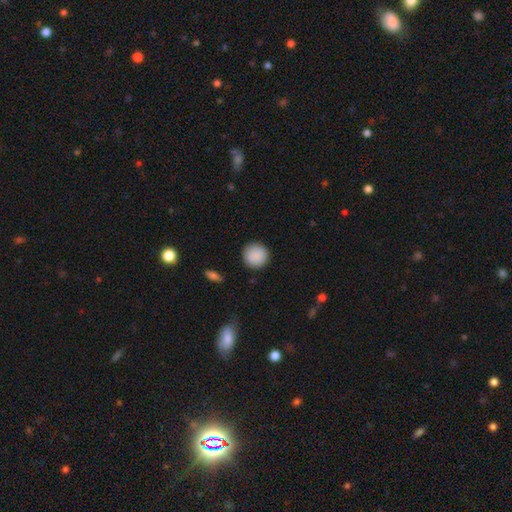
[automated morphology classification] A smooth galaxy with no disk features (90%) that is round (95%). Merging: none (91%).